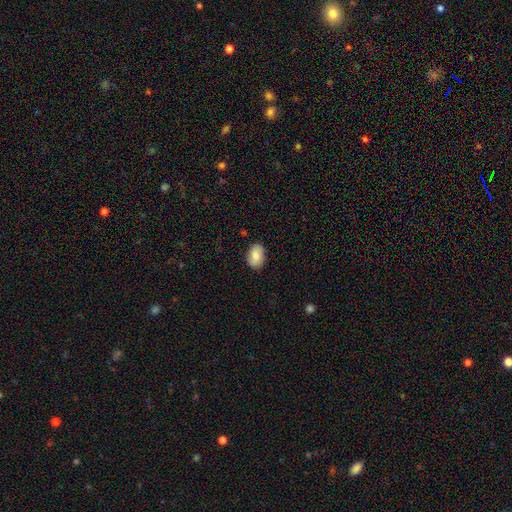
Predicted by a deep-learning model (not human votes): A smooth galaxy with no disk features (85%) that is in between round and cigar-shaped (86%). Merging: none (85%).